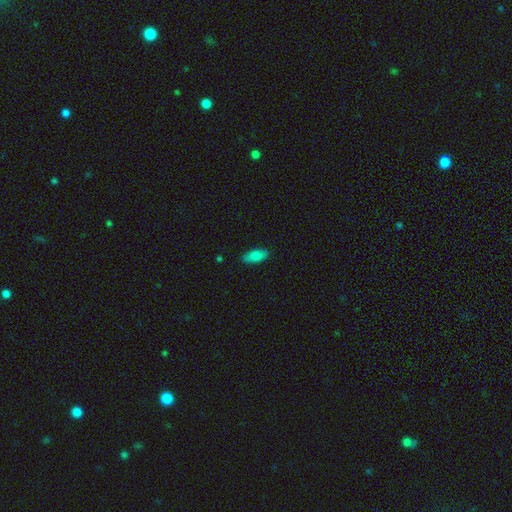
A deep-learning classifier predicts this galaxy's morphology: This appears to be a smooth galaxy with no disk features (80%) that is in between round and cigar-shaped (85%). Merging: none (87%).